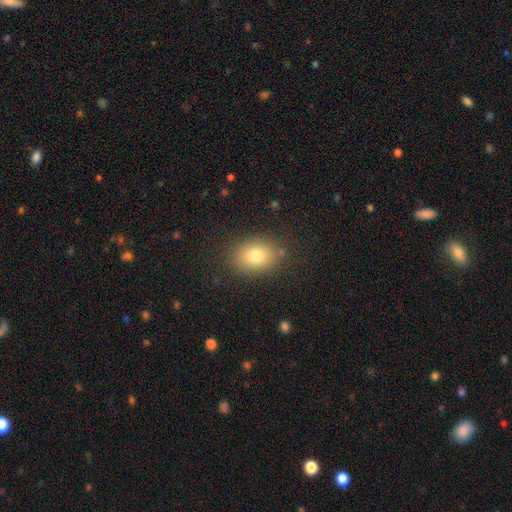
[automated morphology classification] type=smooth (78%); roundness=in between (69%); merging=none (85%).